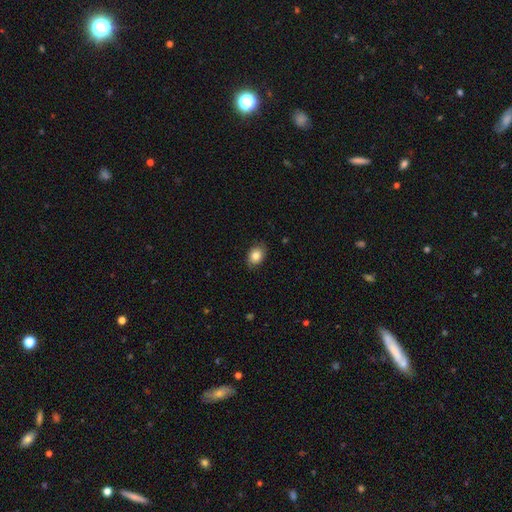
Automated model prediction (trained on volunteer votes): Q: Smooth or featured?
A: smooth (83%); runner-up: featured or disk (9%)
Q: How rounded?
A: in between (70%); runner-up: round (29%)
Q: Merging?
A: none (82%); runner-up: minor disturbance (14%)